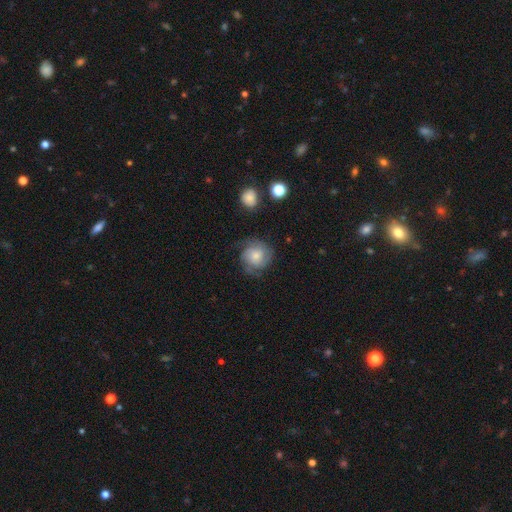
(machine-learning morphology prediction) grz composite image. It shows a featured or disk galaxy (59%) with no bar (76%), 2 (32%) tight (53%) spiral arms (90%) and a small central bulge (46%). Merging: none (68%).